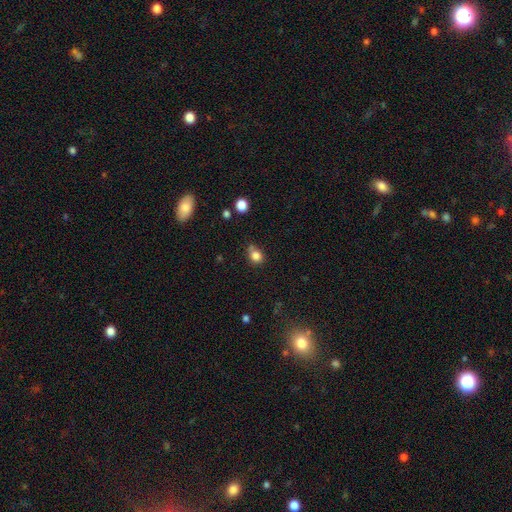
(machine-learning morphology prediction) This is clearly a smooth galaxy (82%). How rounded: likely round (73%). Merging: possibly none (58%).